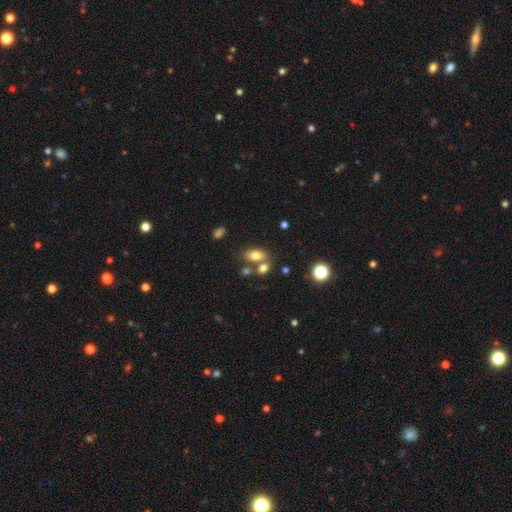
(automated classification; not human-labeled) This appears to be a smooth galaxy with no disk features (77%) that is in between round and cigar-shaped (86%). Merging: none (57%).